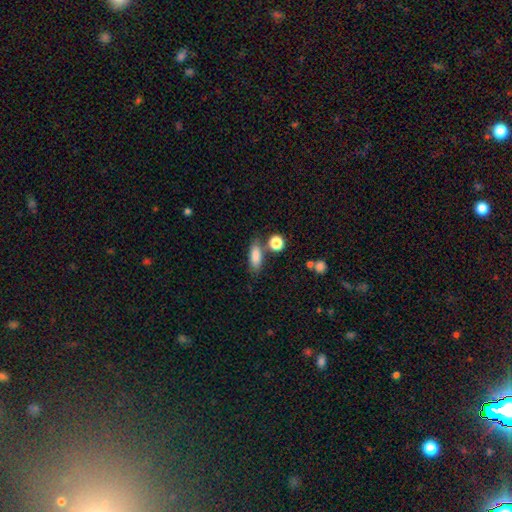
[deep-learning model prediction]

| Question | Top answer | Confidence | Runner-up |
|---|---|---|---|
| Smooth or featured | smooth | 83% | featured or disk (9%) |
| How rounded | in between | 72% | cigar-shaped (22%) |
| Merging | none | 64% | minor disturbance (16%) |